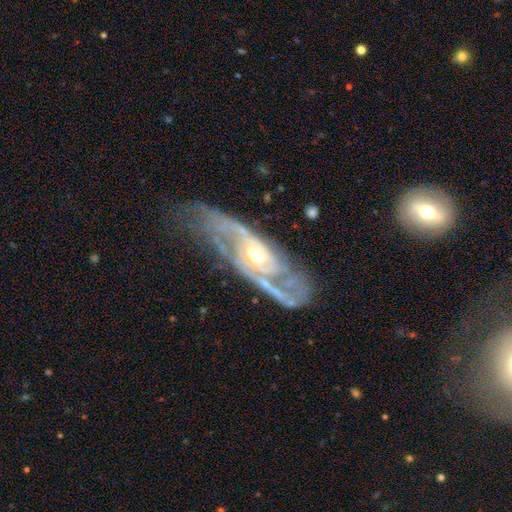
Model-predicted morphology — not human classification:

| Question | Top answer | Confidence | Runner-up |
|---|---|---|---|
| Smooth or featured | featured or disk | 89% | smooth (6%) |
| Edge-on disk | no | 90% | yes (10%) |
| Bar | no | 58% | weak (30%) |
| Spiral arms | yes | 92% | no (8%) |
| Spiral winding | tight | 48% | medium (37%) |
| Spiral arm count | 2 | 56% | can't tell (22%) |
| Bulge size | moderate | 67% | small (26%) |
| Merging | none | 52% | minor disturbance (23%) |